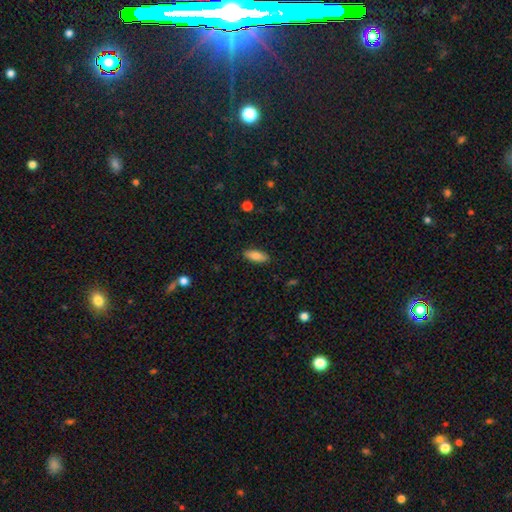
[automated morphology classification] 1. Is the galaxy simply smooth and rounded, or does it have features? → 82% smooth, 12% featured or disk, 7% star or artifact.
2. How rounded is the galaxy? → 75% in between, 23% cigar-shaped, 2% round.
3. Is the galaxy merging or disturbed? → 88% none, 9% minor disturbance, 2% major disturbance, 1% merger.